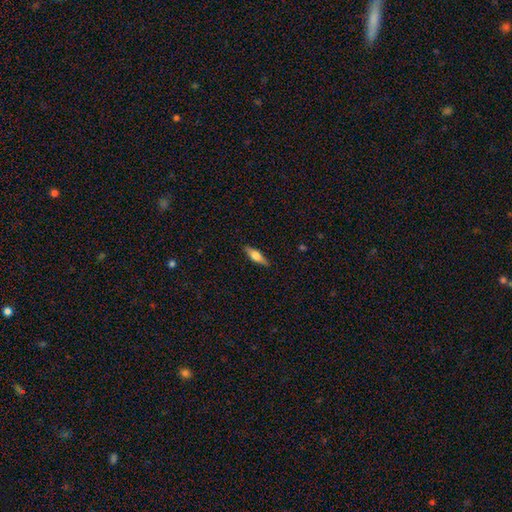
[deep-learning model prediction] Morphology: type=smooth (50%); merging=none (87%).